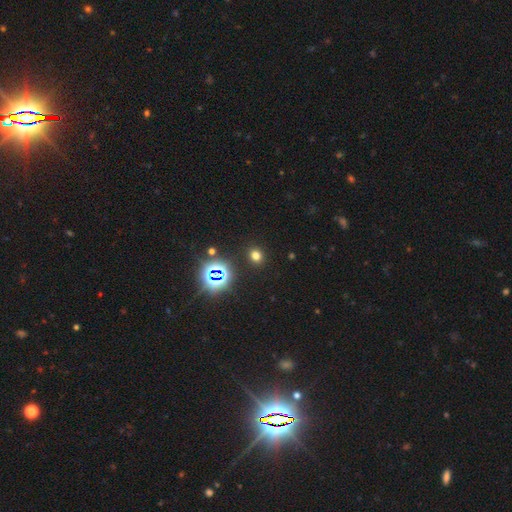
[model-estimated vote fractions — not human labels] Smooth or featured?
  - smooth: 67% *
  - star or artifact: 26%
  - featured or disk: 7%
How rounded?
  - round: 72% *
  - in between: 27%
  - cigar-shaped: 1%
Merging?
  - none: 89% *
  - minor disturbance: 7%
  - major disturbance: 3%
  - merger: 2%